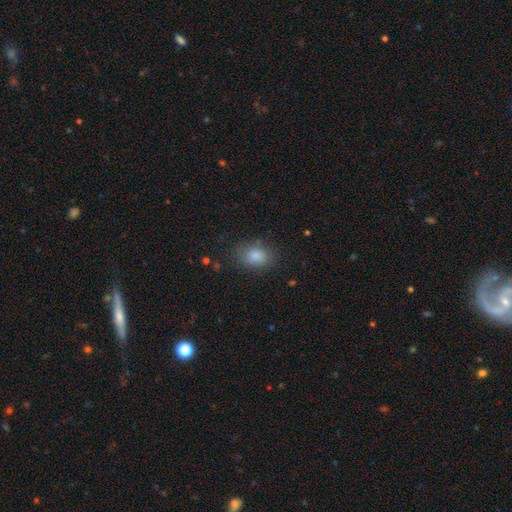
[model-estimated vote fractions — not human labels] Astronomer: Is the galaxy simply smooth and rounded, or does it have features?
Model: smooth — 85%.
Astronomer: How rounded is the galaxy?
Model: in between — 71%.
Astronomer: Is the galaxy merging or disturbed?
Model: none — 78%.